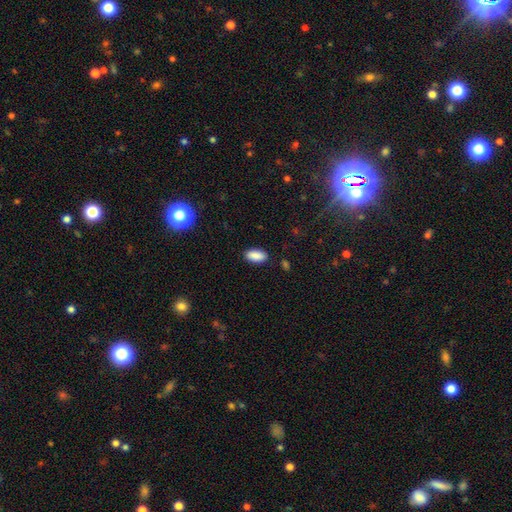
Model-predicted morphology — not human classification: Smooth or featured?
  - smooth: 89% *
  - star or artifact: 7%
  - featured or disk: 4%
How rounded?
  - in between: 91% *
  - cigar-shaped: 7%
  - round: 2%
Merging?
  - none: 87% *
  - minor disturbance: 9%
  - major disturbance: 2%
  - merger: 1%